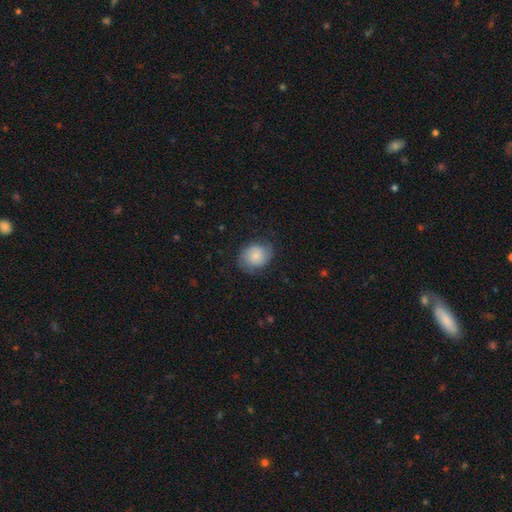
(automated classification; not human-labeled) Smooth or featured: smooth — 70% (featured or disk — 22%)
How rounded: round — 59% (in between — 41%)
Merging: none — 72% (minor disturbance — 20%)